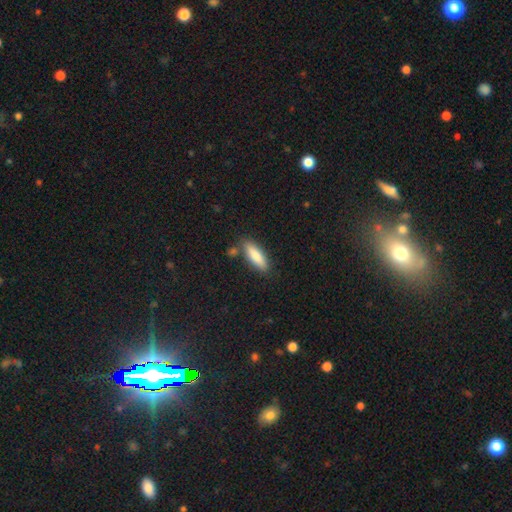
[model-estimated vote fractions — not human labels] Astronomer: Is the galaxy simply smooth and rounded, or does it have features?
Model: smooth — 84%.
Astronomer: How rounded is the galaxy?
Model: cigar-shaped — 52% (runner-up: in between, 46%).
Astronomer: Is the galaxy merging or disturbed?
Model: none — 79%.